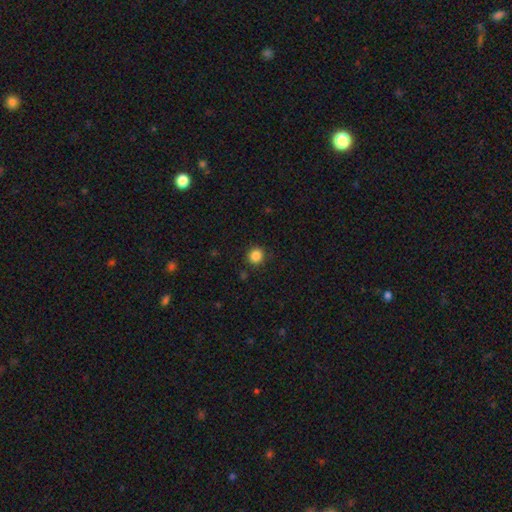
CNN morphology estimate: The model was most divided on "smooth or featured": smooth: 86%, star or artifact: 11%, featured or disk: 3%. More confident: merging — none (89%); how rounded — round (88%).